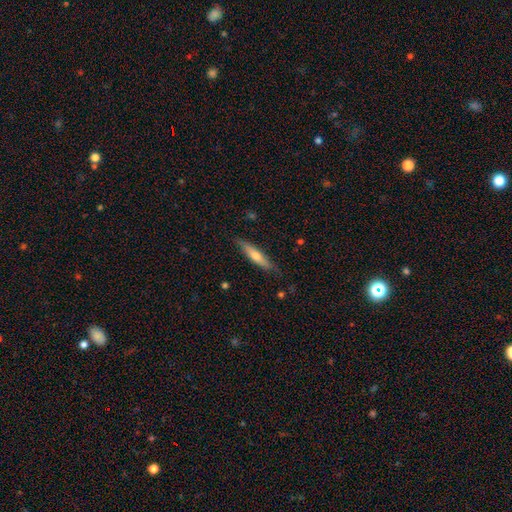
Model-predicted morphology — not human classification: smooth-or-featured: smooth: 51% | featured or disk: 44% | star or artifact: 6%
  how-rounded: cigar-shaped: 86% | in between: 12% | round: 2%
  merging: none: 84% | minor disturbance: 13% | major disturbance: 2% | merger: 1%